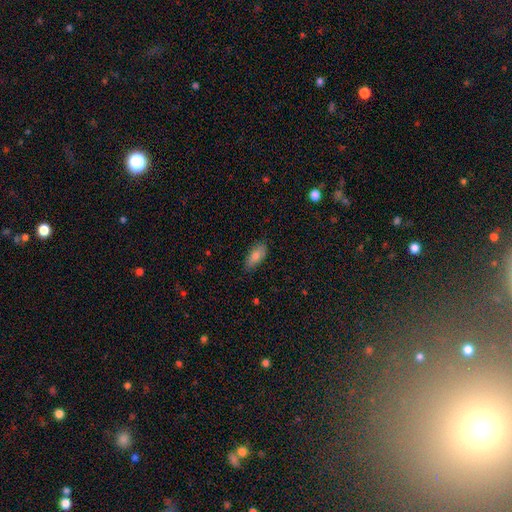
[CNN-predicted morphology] Smooth or featured? Predicted: smooth (p=0.78). How rounded? Predicted: in between (p=0.82). Merging? Predicted: none (p=0.84).